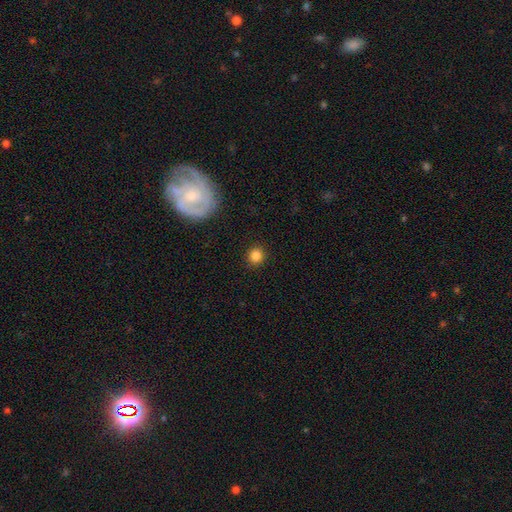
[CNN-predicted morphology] Smooth or featured? Predicted: smooth (p=0.84). How rounded? Predicted: round (p=0.91). Merging? Predicted: none (p=0.91).